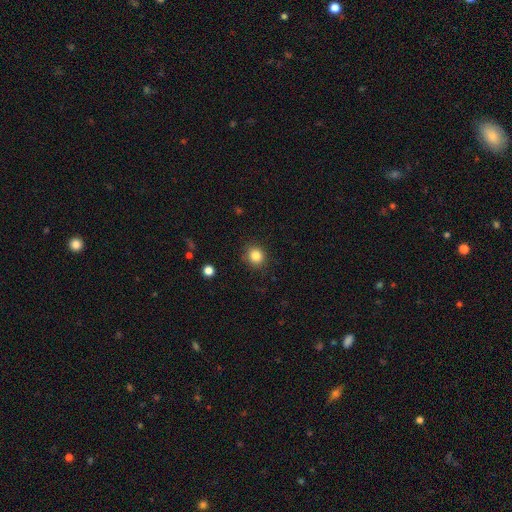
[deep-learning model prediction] Smooth or featured? Predicted: smooth (p=0.84). How rounded? Predicted: round (p=0.86). Merging? Predicted: none (p=0.87).